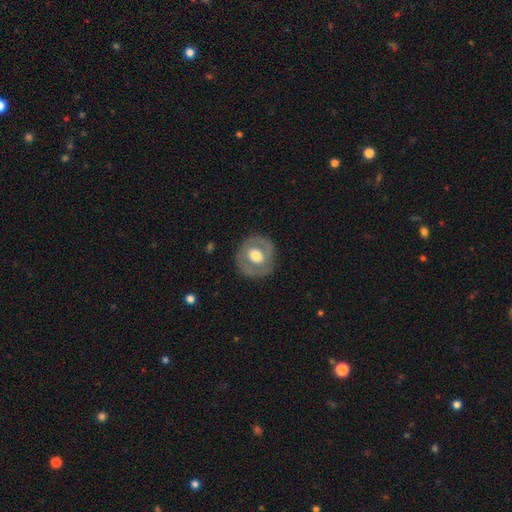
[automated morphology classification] This appears to be a featured or disk galaxy (51%). Merging: none (83%).